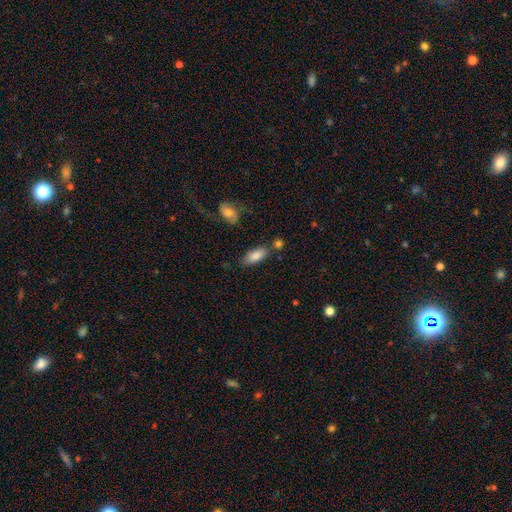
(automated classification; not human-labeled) Smooth or featured: smooth — 84% (featured or disk — 9%)
How rounded: in between — 79% (cigar-shaped — 19%)
Merging: none — 72% (minor disturbance — 15%)